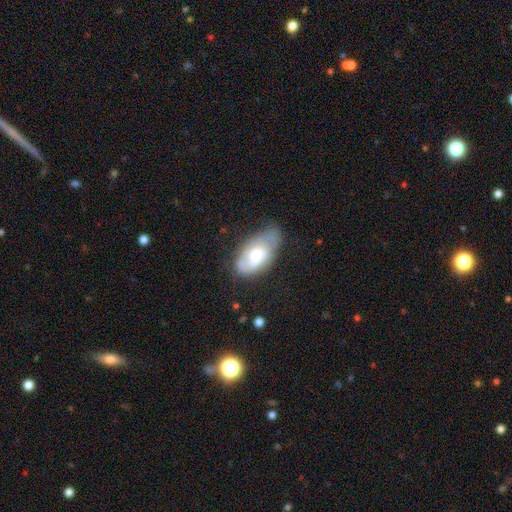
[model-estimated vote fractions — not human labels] Smooth or featured: smooth — 52% (featured or disk — 41%)
How rounded: in between — 93% (round — 5%)
Merging: none — 40% (minor disturbance — 36%)